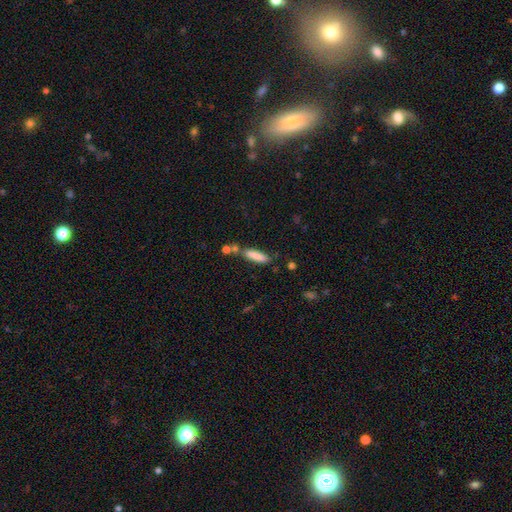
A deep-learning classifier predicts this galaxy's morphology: Overall: smooth (82%). How rounded: cigar-shaped (75%). Merging: none (70%).